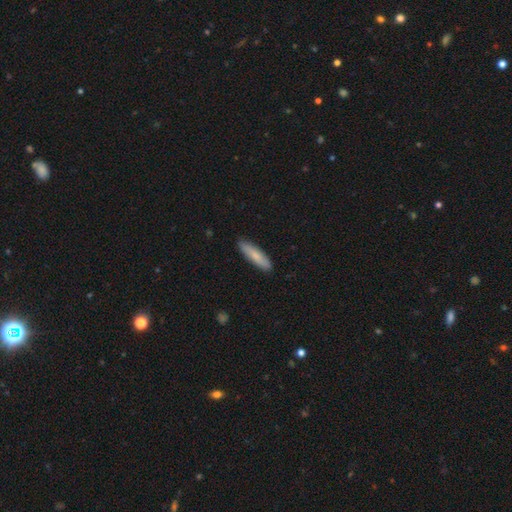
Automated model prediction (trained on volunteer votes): Smooth or featured? Predicted: smooth (p=0.77). How rounded? Predicted: cigar-shaped (p=0.78). Merging? Predicted: none (p=0.88).